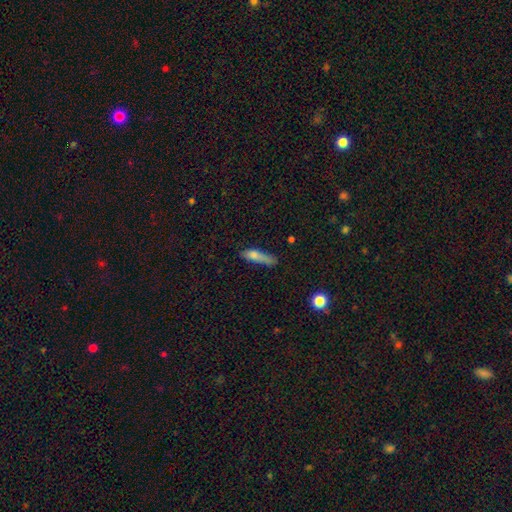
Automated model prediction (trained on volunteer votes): This is likely a smooth galaxy (73%). How rounded: likely cigar-shaped (72%). Merging: possibly none (46%).